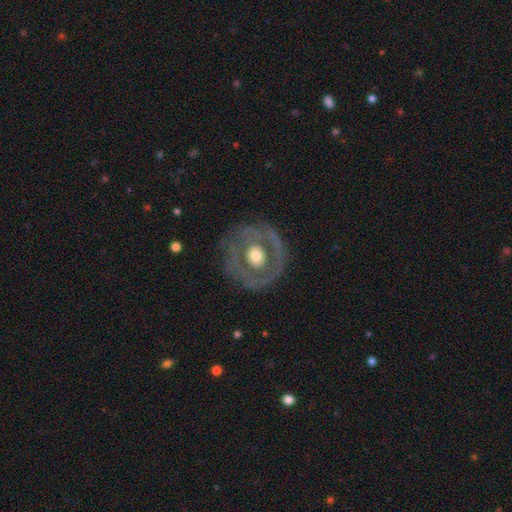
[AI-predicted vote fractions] A featured or disk galaxy (62%) with no bar (86%), no spiral arms (76%) and a moderate central bulge (65%).

Vote fractions:
- Smooth or featured? featured or disk: 62% / smooth: 32% / star or artifact: 6%
- Edge-on disk? no: 96% / yes: 4%
- Bar? no: 86% / weak: 10% / strong: 4%
- Spiral arms? no: 76% / yes: 24%
- Bulge size? moderate: 65% / large: 23% / small: 9% / dominant: 2% / none: 1%
- Merging? none: 72% / minor disturbance: 16% / major disturbance: 11% / merger: 2%